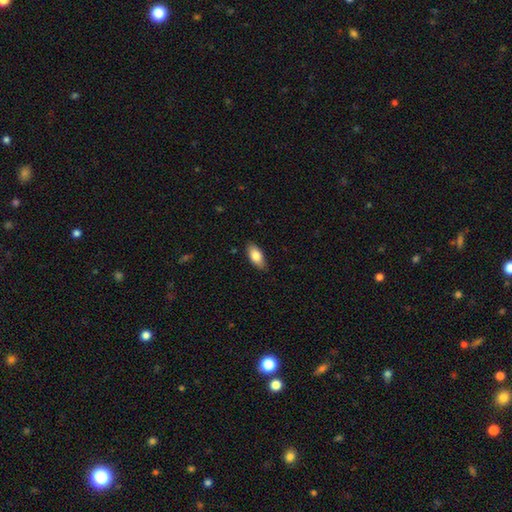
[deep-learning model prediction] The model was most divided on "smooth or featured": smooth: 82%, featured or disk: 12%, star or artifact: 6%. More confident: how rounded — in between (87%); merging — none (84%).